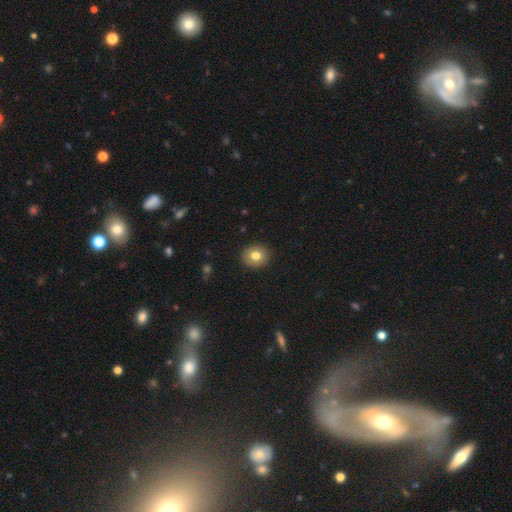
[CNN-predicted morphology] A smooth galaxy with no disk features (80%) that is round (83%).

Vote fractions:
- Smooth or featured? smooth: 80% / featured or disk: 11% / star or artifact: 9%
- How rounded? round: 83% / in between: 16% / cigar-shaped: 1%
- Merging? none: 91% / minor disturbance: 6% / major disturbance: 2% / merger: 1%